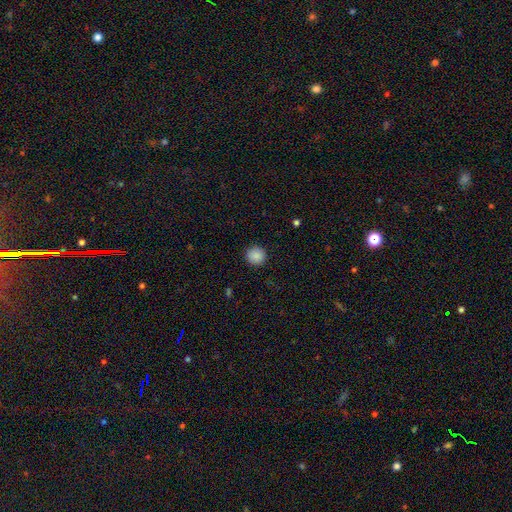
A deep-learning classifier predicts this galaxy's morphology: This appears to be a smooth galaxy with no disk features (88%) that is round (93%). Merging: none (92%).